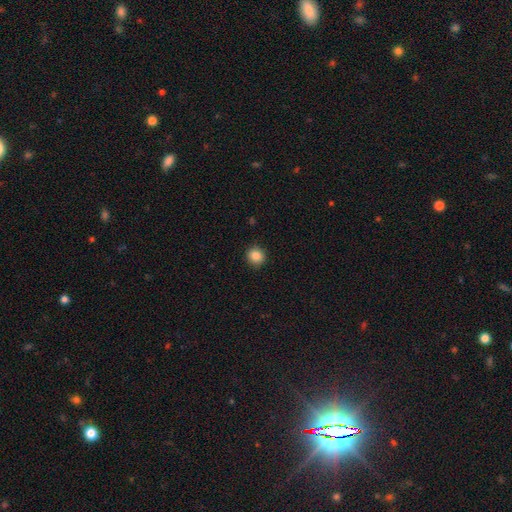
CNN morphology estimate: Smooth or featured? Predicted: smooth (p=0.85). How rounded? Predicted: round (p=0.91). Merging? Predicted: none (p=0.91).